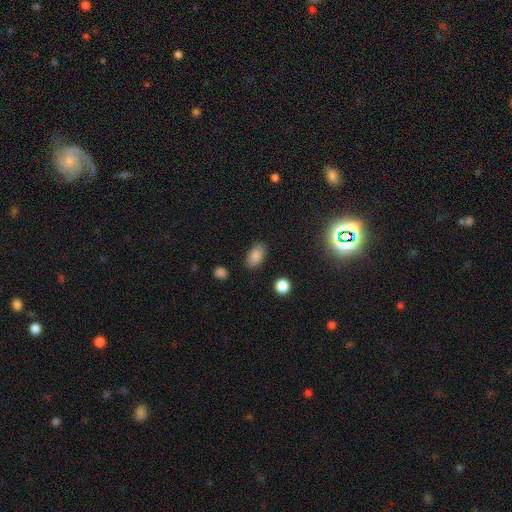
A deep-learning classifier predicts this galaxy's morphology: type=smooth (85%); roundness=in between (92%); merging=none (85%).